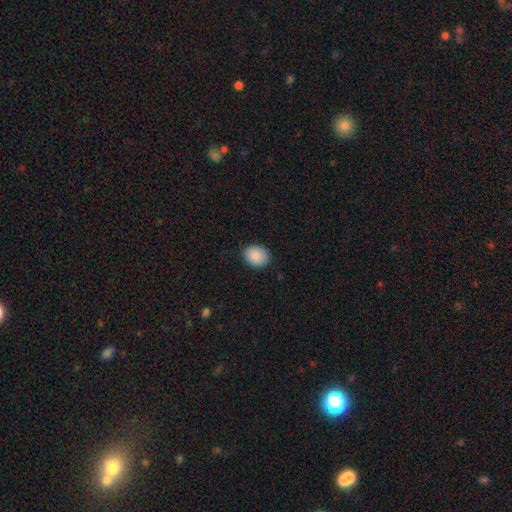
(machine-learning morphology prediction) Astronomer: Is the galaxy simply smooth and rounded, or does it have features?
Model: smooth — 90%.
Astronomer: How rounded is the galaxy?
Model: in between — 59% (runner-up: round, 40%).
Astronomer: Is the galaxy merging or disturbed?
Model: none — 87%.